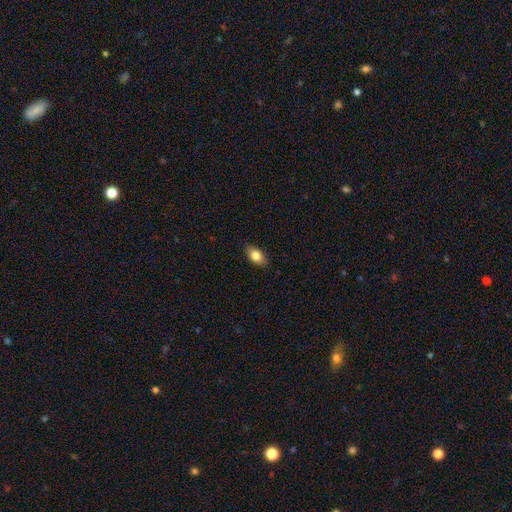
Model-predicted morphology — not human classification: Smooth or featured: smooth — 83% (featured or disk — 10%)
How rounded: in between — 90% (round — 6%)
Merging: none — 87% (minor disturbance — 10%)